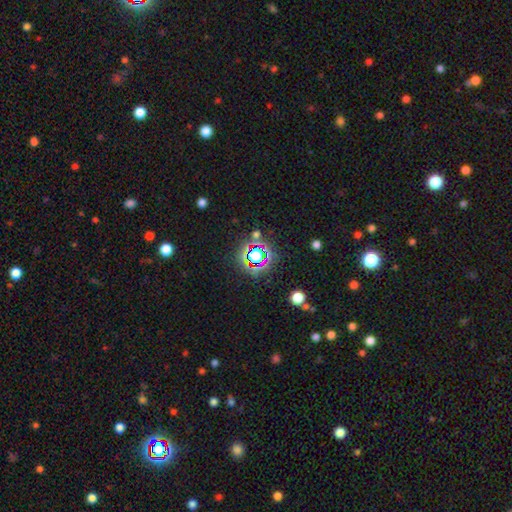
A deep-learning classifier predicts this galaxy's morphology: This is likely a star or artifact rather than a galaxy (68%).